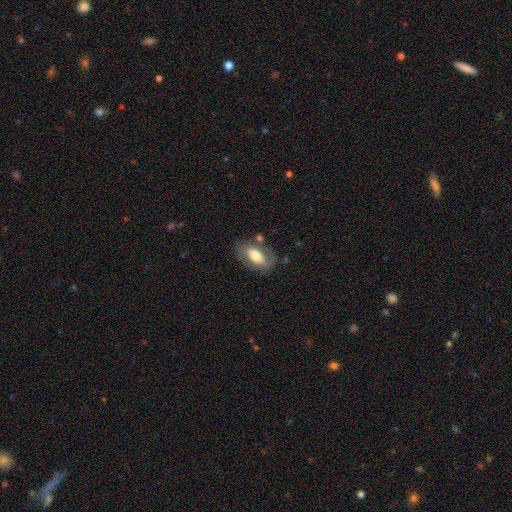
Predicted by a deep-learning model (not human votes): Smooth or featured: smooth — 49% (featured or disk — 44%)
Merging: none — 67% (minor disturbance — 19%)